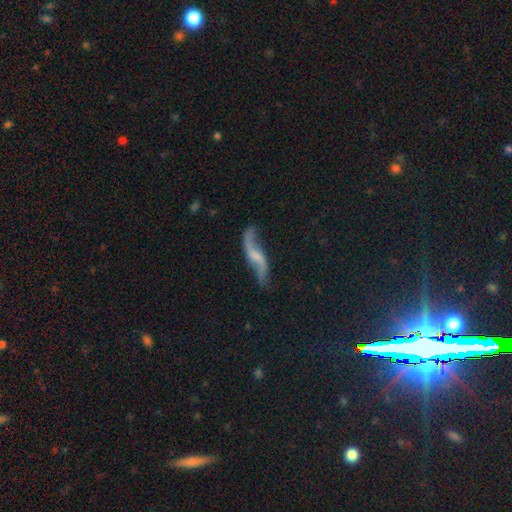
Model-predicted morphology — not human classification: A featured or disk galaxy (80%) with a weak bar (43%), 2 (93%) loose (92%) spiral arms (93%) and no central bulge (41%).

Vote fractions:
- Smooth or featured? featured or disk: 80% / smooth: 14% / star or artifact: 6%
- Edge-on disk? no: 88% / yes: 12%
- Bar? weak: 43% / no: 41% / strong: 16%
- Spiral arms? yes: 93% / no: 7%
- Spiral winding? loose: 92% / medium: 6% / tight: 2%
- Spiral arm count? 2: 93% / 1: 2% / can't tell: 2% / 3: 1% / 4: 1% / more than 4: 1%
- Bulge size? none: 41% / small: 32% / moderate: 22% / large: 4% / dominant: 2%
- Merging? none: 70% / minor disturbance: 18% / major disturbance: 9% / merger: 3%